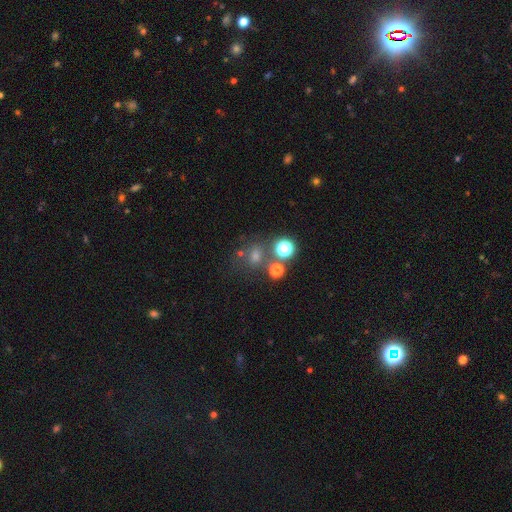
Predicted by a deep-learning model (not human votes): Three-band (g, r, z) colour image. It shows a smooth galaxy with no disk features (46%). Merging: none (62%).